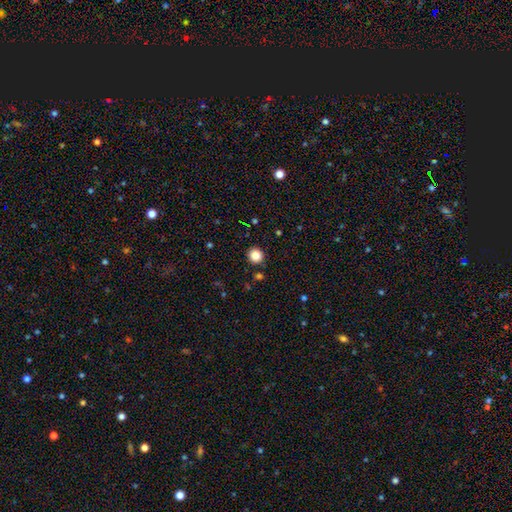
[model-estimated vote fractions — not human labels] Morphology: type=smooth (84%); roundness=round (91%); merging=none (91%).